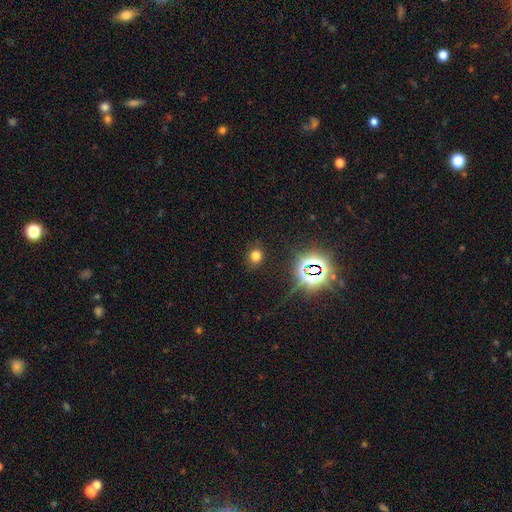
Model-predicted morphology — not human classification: smooth 68%, star or artifact 25%, featured or disk 7%. Down the decision tree: how rounded — round (77%); merging — none (85%).